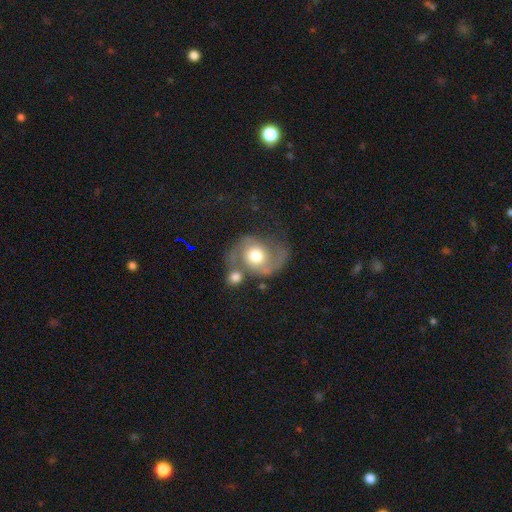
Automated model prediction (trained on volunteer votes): Smooth or featured?
  - featured or disk: 73% *
  - smooth: 20%
  - star or artifact: 7%
Edge-on disk?
  - no: 98% *
  - yes: 2%
Bar?
  - no: 75% *
  - weak: 21%
  - strong: 4%
Spiral arms?
  - yes: 88% *
  - no: 12%
Spiral winding?
  - medium: 49% *
  - loose: 34%
  - tight: 17%
Spiral arm count?
  - 2: 88% *
  - 1: 5%
  - can't tell: 4%
  - 3: 1%
  - 4: 1%
  - more than 4: 1%
Bulge size?
  - moderate: 65% *
  - large: 24%
  - small: 7%
  - dominant: 2%
  - none: 1%
Merging?
  - none: 41% *
  - merger: 25%
  - minor disturbance: 18%
  - major disturbance: 16%